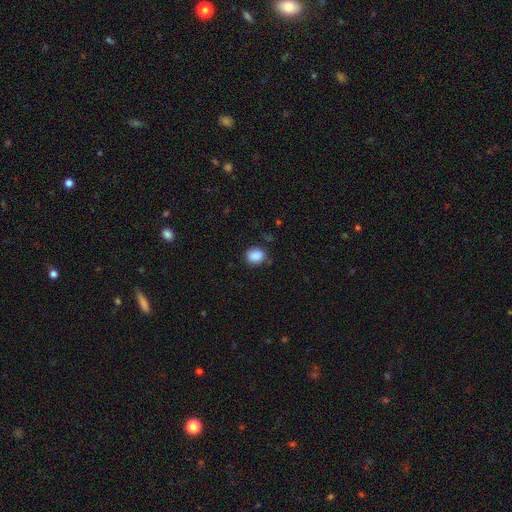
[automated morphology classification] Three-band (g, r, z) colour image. It shows a smooth galaxy with no disk features (88%) that is round (53%). Merging: none (76%).